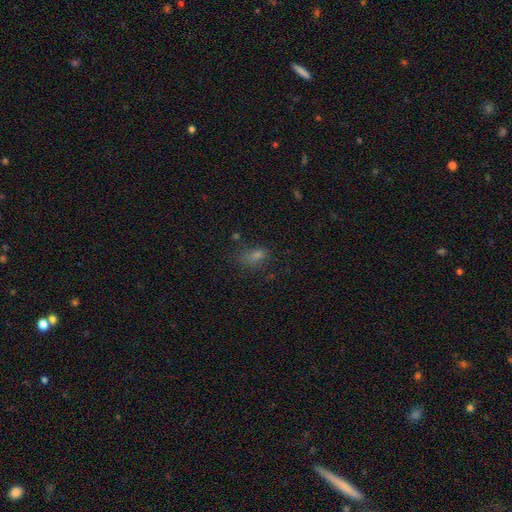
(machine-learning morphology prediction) type=smooth (68%); roundness=in between (80%); merging=none (52%).